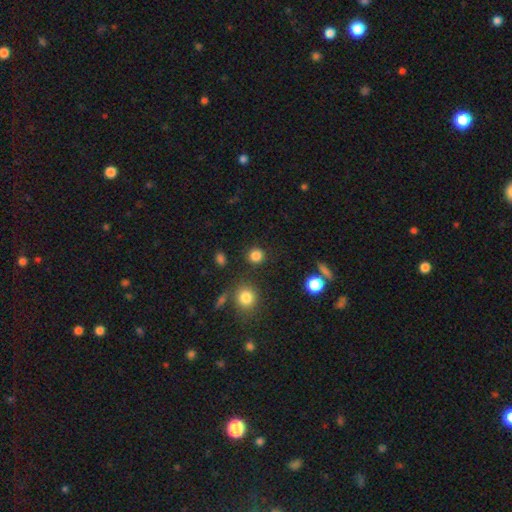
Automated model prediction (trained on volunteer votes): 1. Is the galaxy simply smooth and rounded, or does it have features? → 83% smooth, 13% star or artifact, 4% featured or disk.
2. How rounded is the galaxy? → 91% round, 8% in between, 1% cigar-shaped.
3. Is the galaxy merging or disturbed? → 88% none, 7% minor disturbance, 3% merger, 3% major disturbance.